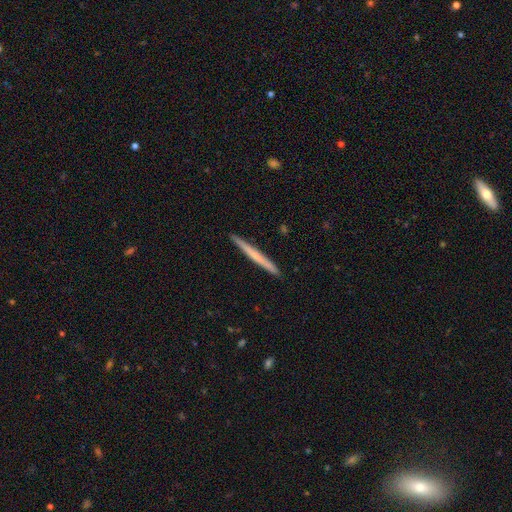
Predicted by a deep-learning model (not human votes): This appears to be a smooth galaxy with no disk features (51%) that is cigar-shaped (97%). Merging: none (93%).